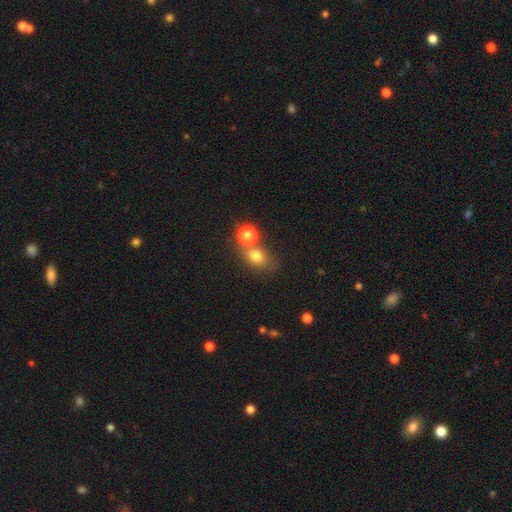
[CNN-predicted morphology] smooth_or_featured: smooth (p=0.75) [alt: star or artifact p=0.14]
how_rounded: round (p=0.52) [alt: in between p=0.46]
merging: none (p=0.47) [alt: merger p=0.37]